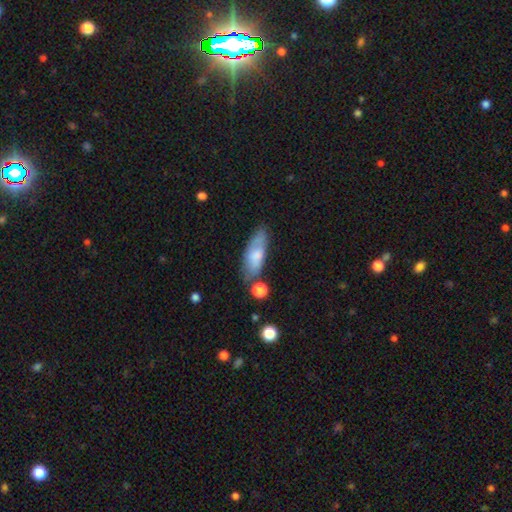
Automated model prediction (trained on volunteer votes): A smooth galaxy with no disk features (70%) that is in between round and cigar-shaped (67%).

Vote fractions:
- Smooth or featured? smooth: 70% / featured or disk: 23% / star or artifact: 7%
- How rounded? in between: 67% / cigar-shaped: 31% / round: 2%
- Merging? none: 62% / minor disturbance: 23% / merger: 9% / major disturbance: 7%